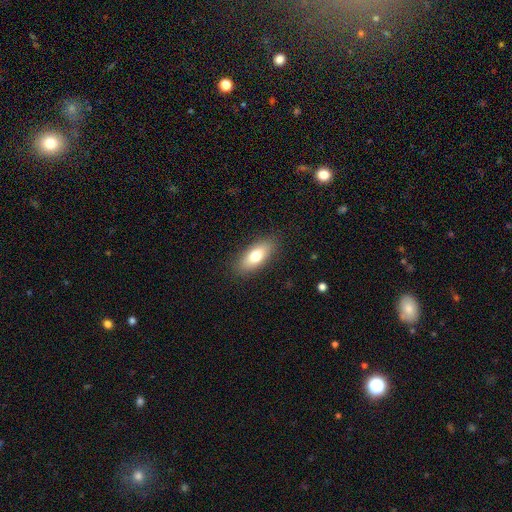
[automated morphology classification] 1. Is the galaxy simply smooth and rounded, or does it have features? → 73% smooth, 20% featured or disk, 7% star or artifact.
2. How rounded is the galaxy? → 80% in between, 16% cigar-shaped, 4% round.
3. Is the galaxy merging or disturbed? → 88% none, 9% minor disturbance, 2% major disturbance, 1% merger.